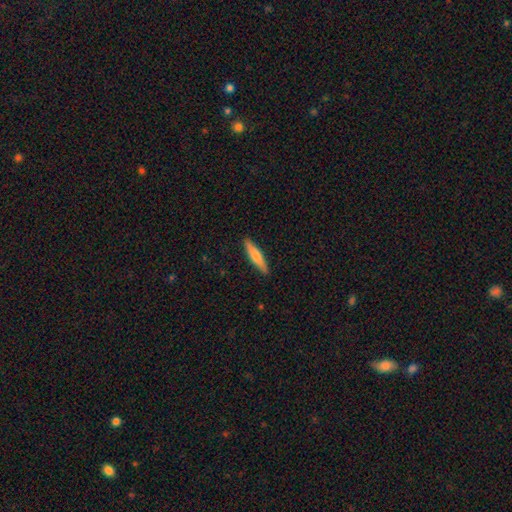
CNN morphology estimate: Overall: smooth (67%; featured or disk 28%). How rounded: cigar-shaped (86%). Merging: none (90%).